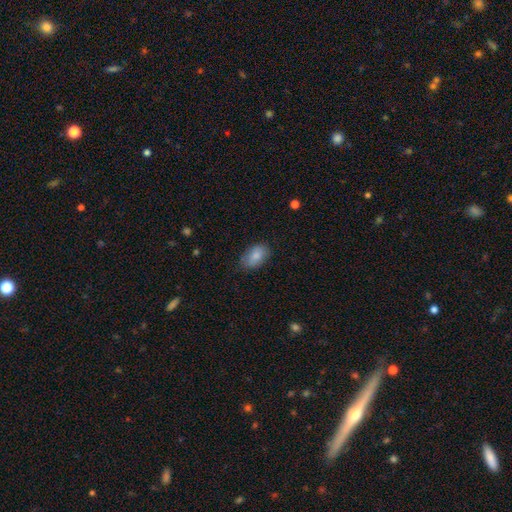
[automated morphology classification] Smooth or featured? smooth (83%)
How rounded? in between (91%)
Merging? none (77%)